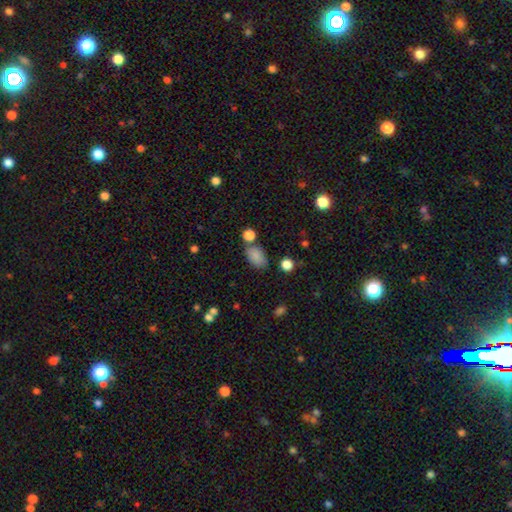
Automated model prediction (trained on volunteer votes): smooth_or_featured: smooth (p=0.84) [alt: star or artifact p=0.09]
how_rounded: in between (p=0.89) [alt: round p=0.09]
merging: none (p=0.66) [alt: minor disturbance p=0.16]